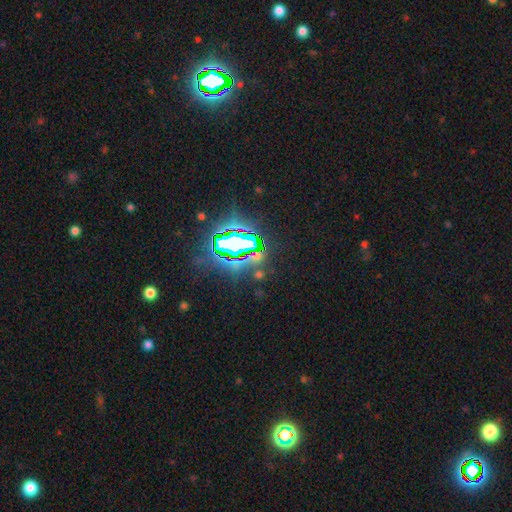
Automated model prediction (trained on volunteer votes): Smooth or featured? star or artifact (77%)